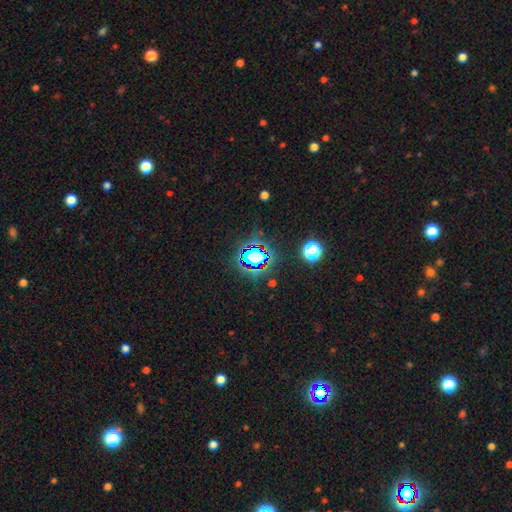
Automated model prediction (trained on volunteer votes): A star or artifact, not a galaxy (63%).